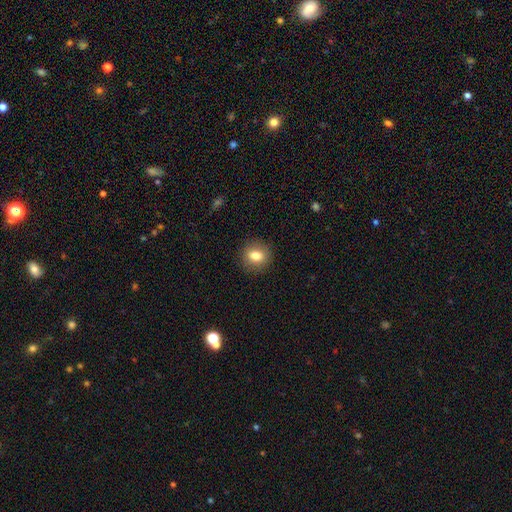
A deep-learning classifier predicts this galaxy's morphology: Smooth or featured?
  - smooth: 80% *
  - featured or disk: 11%
  - star or artifact: 9%
How rounded?
  - round: 70% *
  - in between: 29%
  - cigar-shaped: 1%
Merging?
  - none: 89% *
  - minor disturbance: 8%
  - major disturbance: 2%
  - merger: 1%